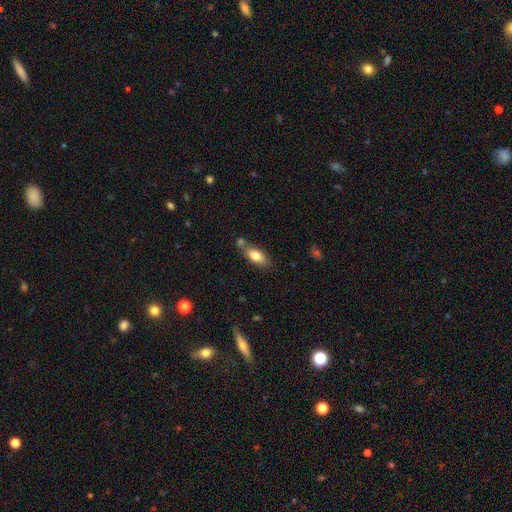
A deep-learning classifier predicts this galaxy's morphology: Smooth or featured? smooth (78%)
How rounded? in between (85%)
Merging? none (59%)